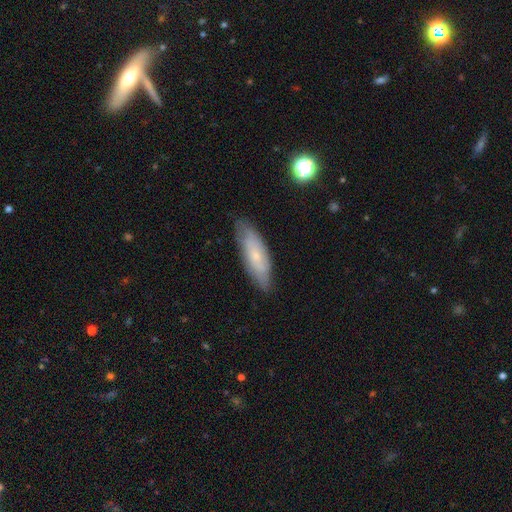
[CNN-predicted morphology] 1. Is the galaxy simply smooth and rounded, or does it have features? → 54% smooth, 39% featured or disk, 7% star or artifact.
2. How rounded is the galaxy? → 54% in between, 44% cigar-shaped, 2% round.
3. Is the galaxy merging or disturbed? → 79% none, 17% minor disturbance, 3% major disturbance, 1% merger.